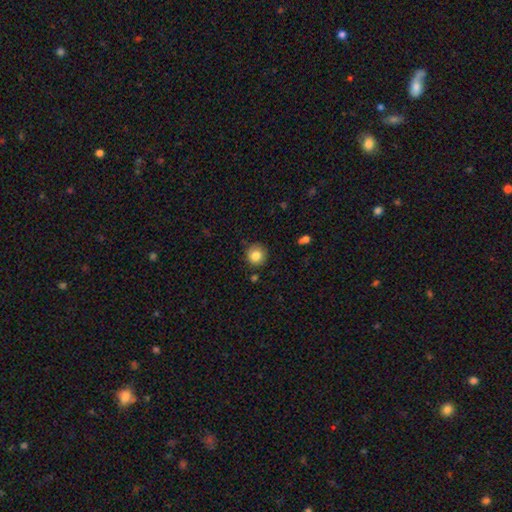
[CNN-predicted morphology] Smooth or featured? Predicted: smooth (p=0.84). How rounded? Predicted: round (p=0.93). Merging? Predicted: none (p=0.87).